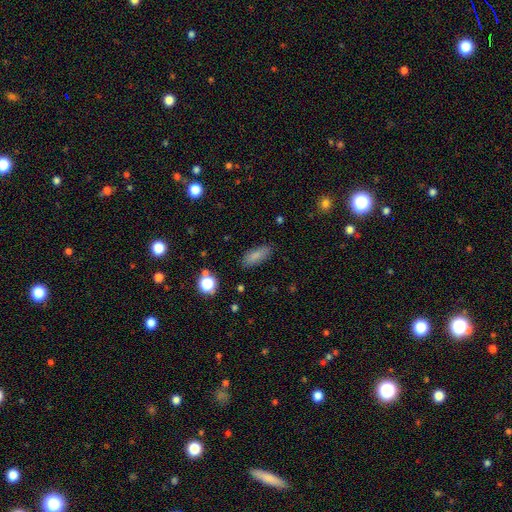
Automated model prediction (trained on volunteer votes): Smooth or featured: smooth — 83% (star or artifact — 10%)
How rounded: in between — 71% (cigar-shaped — 26%)
Merging: none — 84% (minor disturbance — 11%)